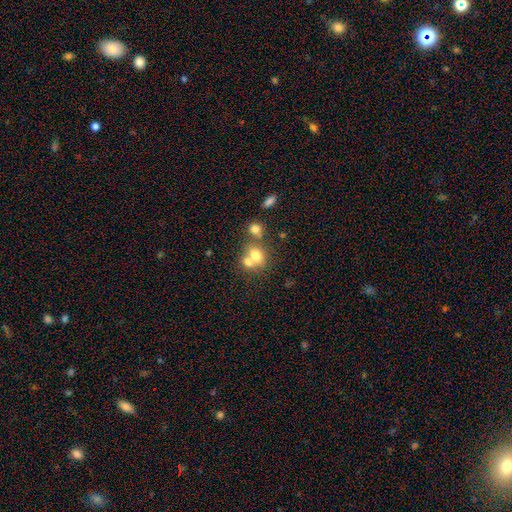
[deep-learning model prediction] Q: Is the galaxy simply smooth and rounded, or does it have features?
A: smooth — 70%.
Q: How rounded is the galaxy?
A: round — 53%.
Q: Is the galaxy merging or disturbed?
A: merger — 57%.